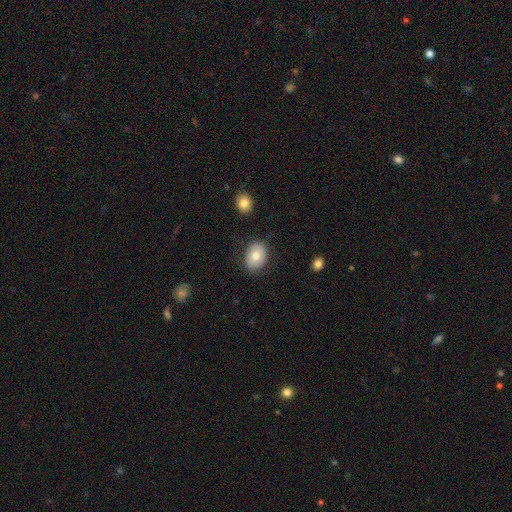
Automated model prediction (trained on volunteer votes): Smooth or featured?
  - smooth: 76% *
  - featured or disk: 16%
  - star or artifact: 7%
How rounded?
  - in between: 65% *
  - round: 34%
  - cigar-shaped: 1%
Merging?
  - none: 81% *
  - minor disturbance: 14%
  - major disturbance: 3%
  - merger: 2%